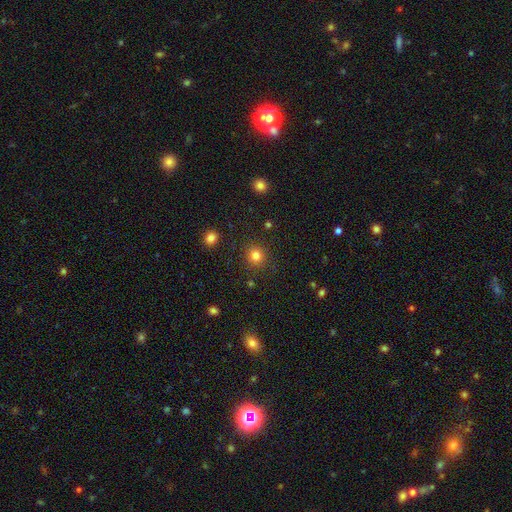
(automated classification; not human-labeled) Overall: smooth (82%). How rounded: round (91%). Merging: none (89%).